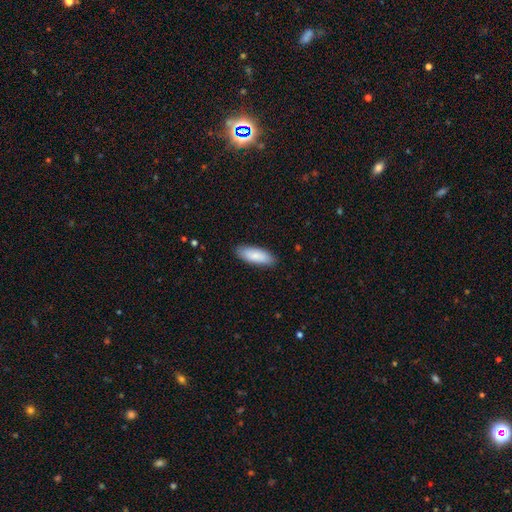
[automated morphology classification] type=smooth (84%); roundness=in between (66%); merging=none (88%).